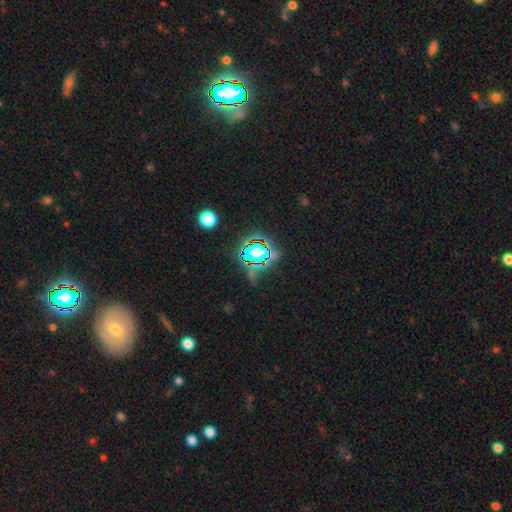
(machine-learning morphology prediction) Overall: star or artifact (77%).